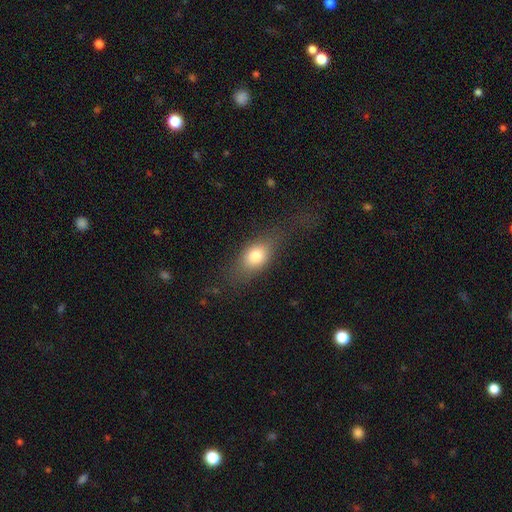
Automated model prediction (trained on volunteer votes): smooth 75%, featured or disk 16%, star or artifact 9%. Down the decision tree: how rounded — in between (74%); merging — none (59%).